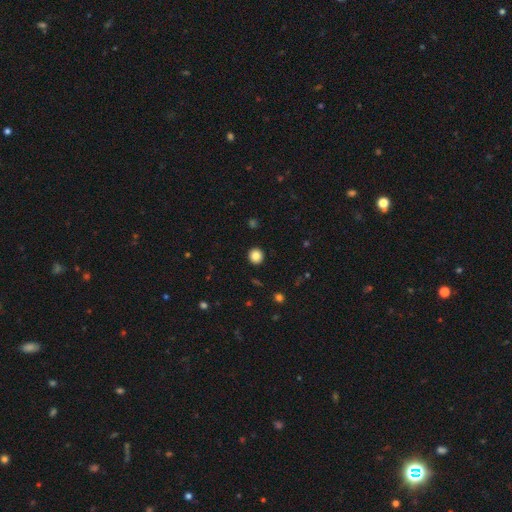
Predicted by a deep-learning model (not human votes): smooth 85%, star or artifact 10%, featured or disk 4%. Down the decision tree: how rounded — round (90%); merging — none (93%).